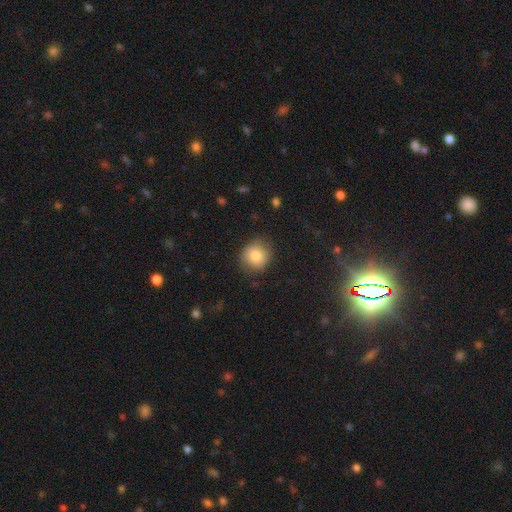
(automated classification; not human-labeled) This is likely a smooth galaxy (80%). How rounded: clearly round (84%). Merging: likely none (79%).